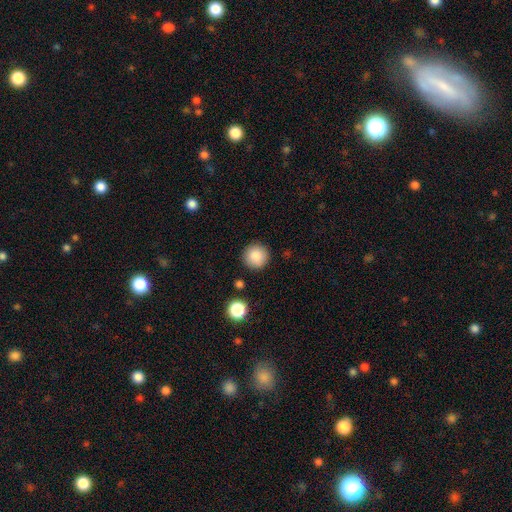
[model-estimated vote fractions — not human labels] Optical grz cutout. It shows a smooth galaxy with no disk features (86%) that is round (95%). Merging: none (89%).